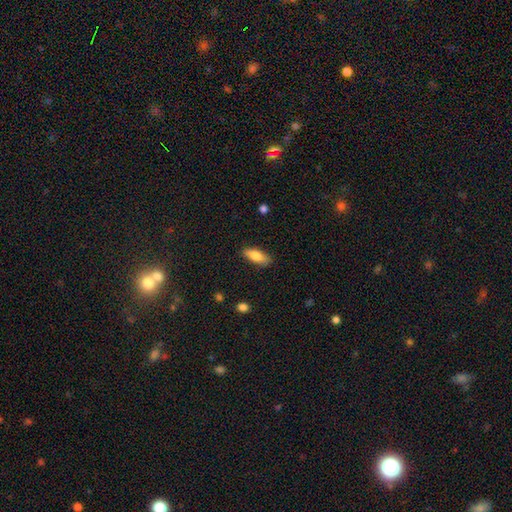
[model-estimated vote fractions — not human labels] This is clearly a smooth galaxy (82%). How rounded: likely in between (74%). Merging: clearly none (85%).